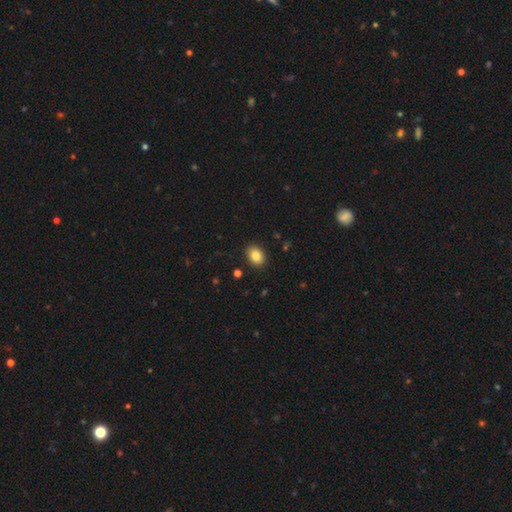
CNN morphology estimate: Smooth or featured? Predicted: smooth (p=0.85). How rounded? Predicted: in between (p=0.65). Merging? Predicted: none (p=0.90).